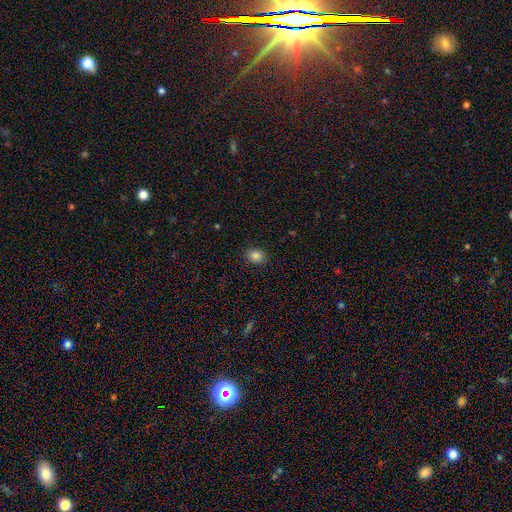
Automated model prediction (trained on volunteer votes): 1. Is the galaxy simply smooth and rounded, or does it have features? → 85% smooth, 11% star or artifact, 4% featured or disk.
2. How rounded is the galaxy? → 52% round, 47% in between, 1% cigar-shaped.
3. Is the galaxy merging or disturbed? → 89% none, 8% minor disturbance, 2% major disturbance, 1% merger.